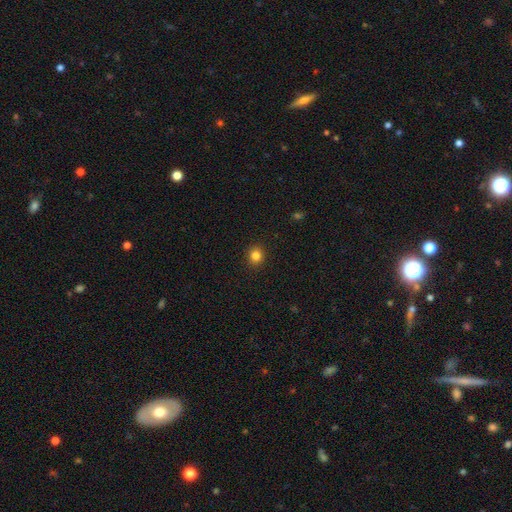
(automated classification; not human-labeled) A smooth galaxy with no disk features (84%) that is round (89%). Merging: none (92%).